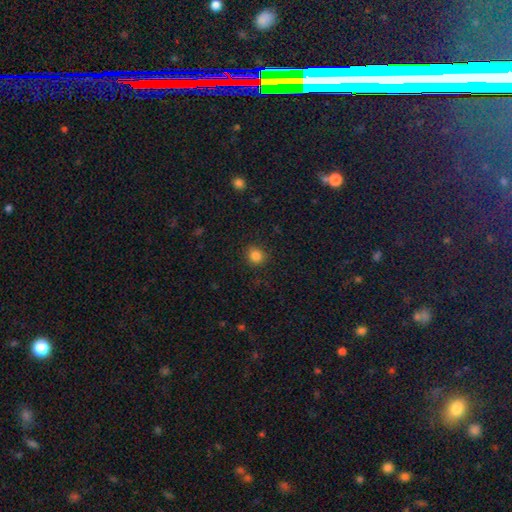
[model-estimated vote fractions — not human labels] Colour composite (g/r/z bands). It shows a smooth galaxy with no disk features (84%) that is round (84%). Merging: none (89%).